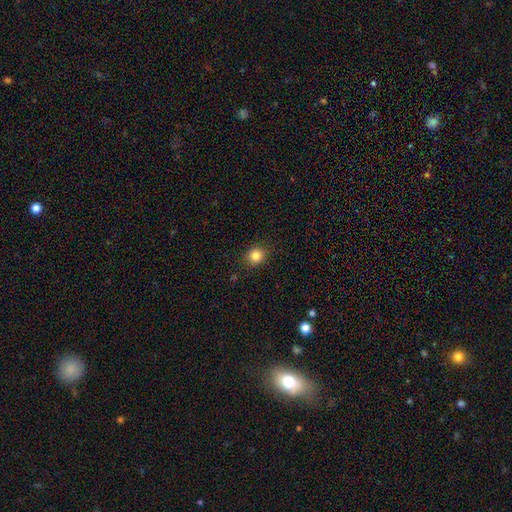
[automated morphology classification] Smooth or featured? smooth (84%)
How rounded? round (74%)
Merging? none (88%)